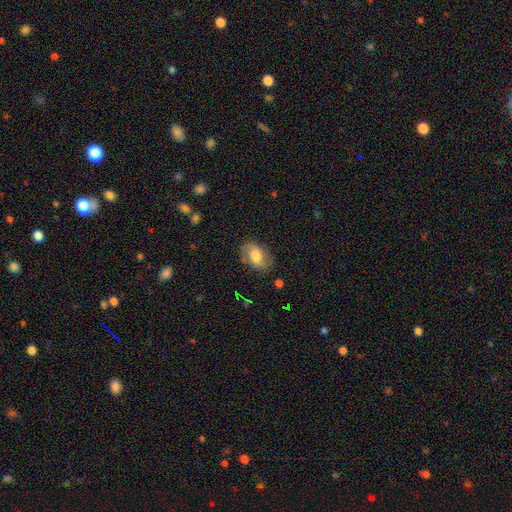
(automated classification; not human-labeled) Morphology: type=smooth (54%); roundness=in between (86%); merging=none (74%).